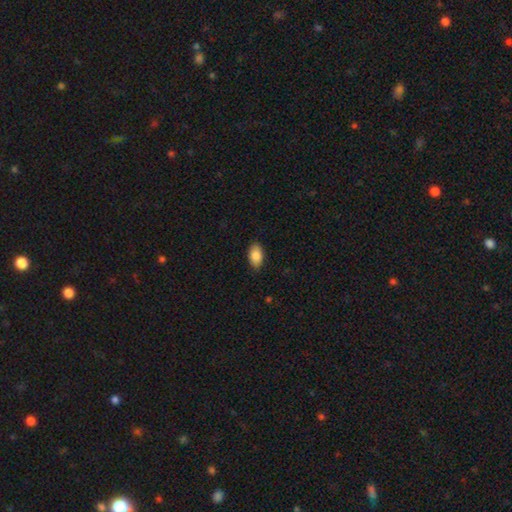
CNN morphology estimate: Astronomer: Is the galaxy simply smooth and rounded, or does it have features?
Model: smooth — 86%.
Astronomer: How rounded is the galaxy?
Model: in between — 93%.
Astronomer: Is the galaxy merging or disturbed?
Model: none — 88%.